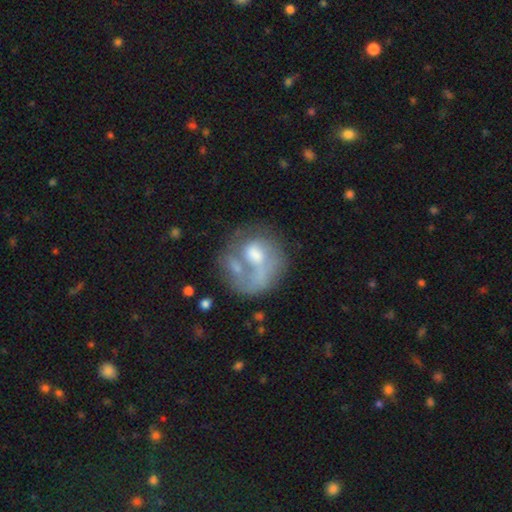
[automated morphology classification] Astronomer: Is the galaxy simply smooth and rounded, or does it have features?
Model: featured or disk — 55% (runner-up: smooth, 36%).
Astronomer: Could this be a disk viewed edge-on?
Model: no — 98%.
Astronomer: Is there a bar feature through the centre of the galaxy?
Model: no — 71%.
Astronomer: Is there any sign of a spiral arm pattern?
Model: no — 54% (runner-up: yes, 46%).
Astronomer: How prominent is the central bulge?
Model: moderate — 50%.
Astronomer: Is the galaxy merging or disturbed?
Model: none — 32%, tied with major disturbance at 32%.